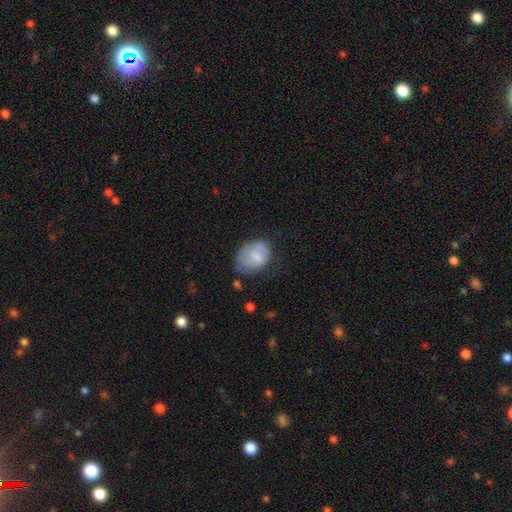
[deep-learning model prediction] Smooth or featured? smooth (67%)
How rounded? in between (67%)
Merging? none (48%)